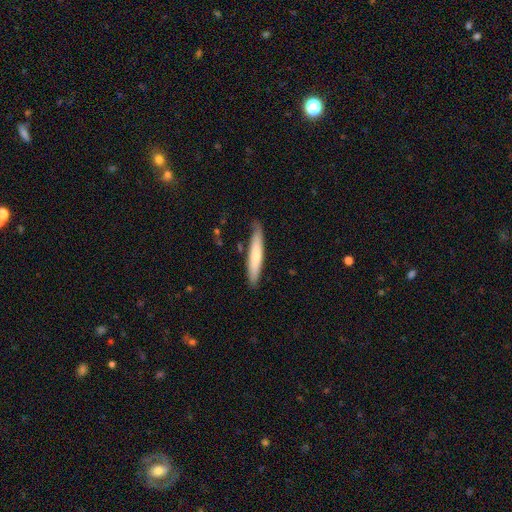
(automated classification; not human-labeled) Overall: smooth (68%). How rounded: cigar-shaped (91%). Merging: none (82%).